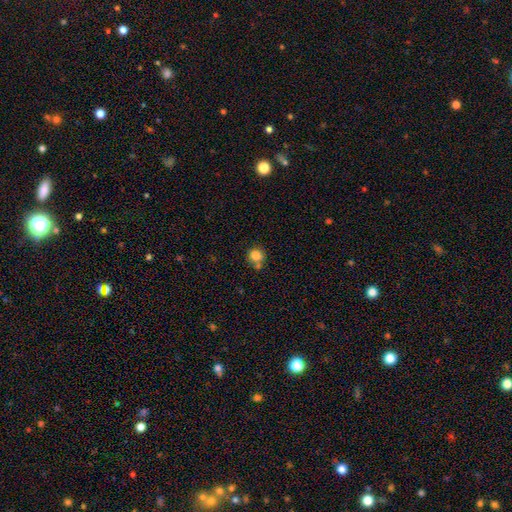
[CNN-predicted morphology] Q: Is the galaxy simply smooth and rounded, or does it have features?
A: smooth — 82%.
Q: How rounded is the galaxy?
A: round — 79%.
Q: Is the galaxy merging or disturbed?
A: none — 58%.